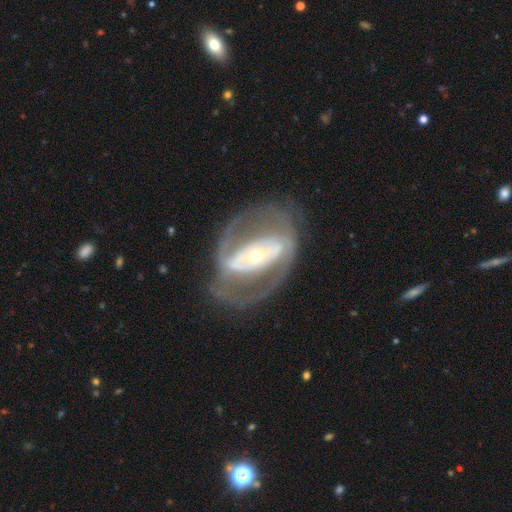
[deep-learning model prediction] This appears to be a featured or disk galaxy (82%) with a strong bar (47%), spiral arms (65%) and a small central bulge (59%). Merging: none (62%).